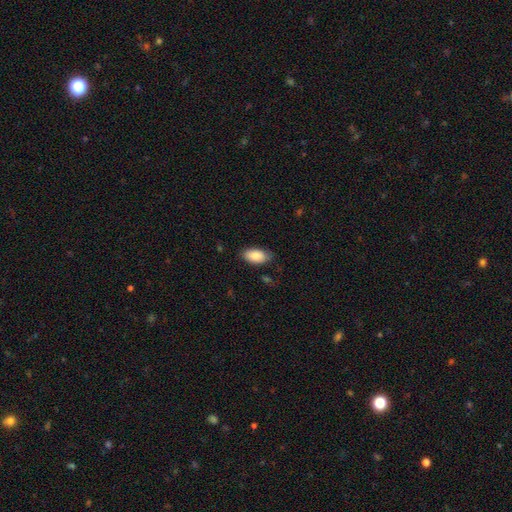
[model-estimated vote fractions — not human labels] Smooth or featured: smooth — 87% (featured or disk — 7%)
How rounded: in between — 94% (round — 3%)
Merging: none — 78% (minor disturbance — 18%)